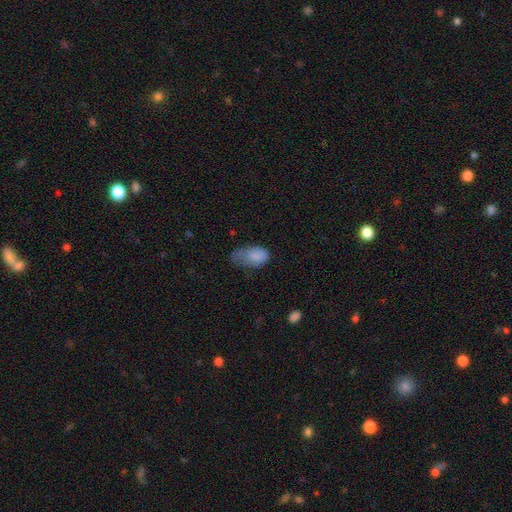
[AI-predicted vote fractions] Smooth or featured: smooth — 82% (featured or disk — 10%)
How rounded: in between — 92% (round — 6%)
Merging: minor disturbance — 44% (none — 28%)